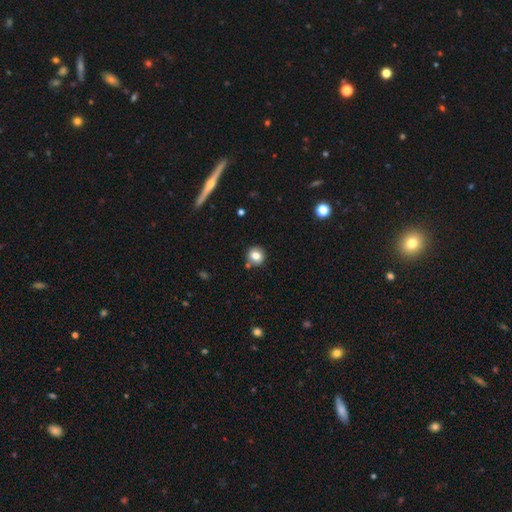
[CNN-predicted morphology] Q: Smooth or featured?
A: smooth (78%); runner-up: featured or disk (11%)
Q: How rounded?
A: round (87%); runner-up: in between (12%)
Q: Merging?
A: none (80%); runner-up: minor disturbance (11%)